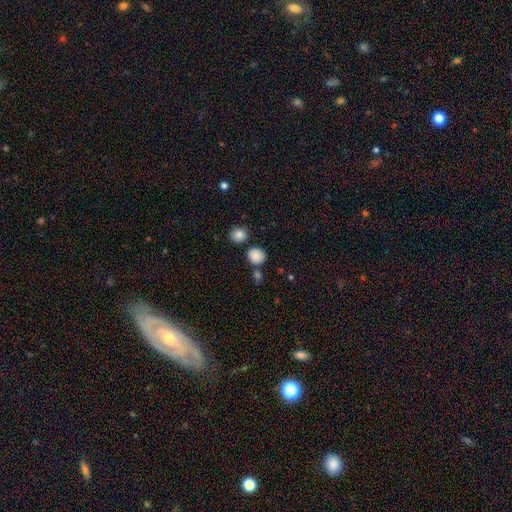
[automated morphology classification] Smooth or featured? Predicted: smooth (p=0.85). How rounded? Predicted: round (p=0.79). Merging? Predicted: none (p=0.75).